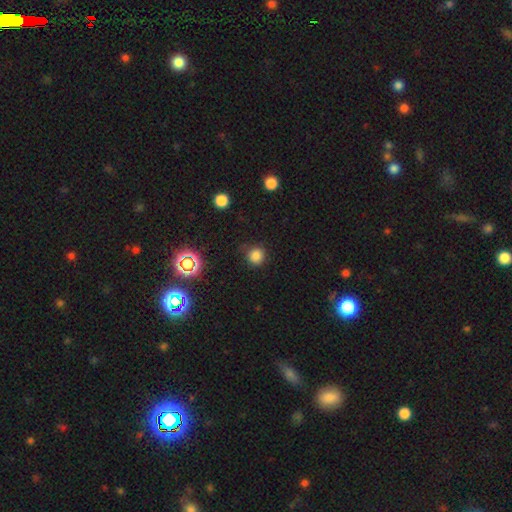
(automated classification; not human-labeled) Smooth or featured? Predicted: smooth (p=0.81). How rounded? Predicted: round (p=0.93). Merging? Predicted: none (p=0.83).